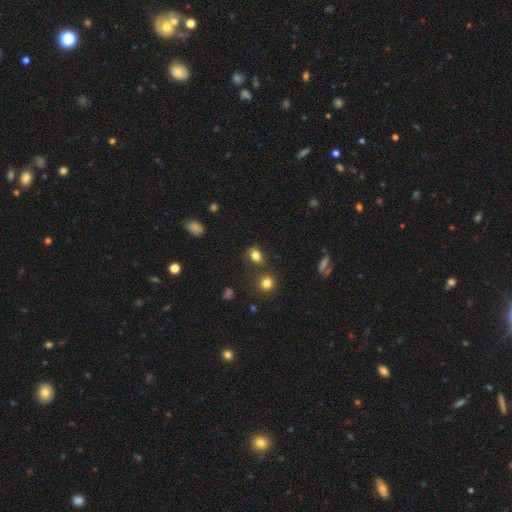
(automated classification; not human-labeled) smooth 80%, star or artifact 12%, featured or disk 8%. Down the decision tree: how rounded — in between (63%); merging — none (64%).